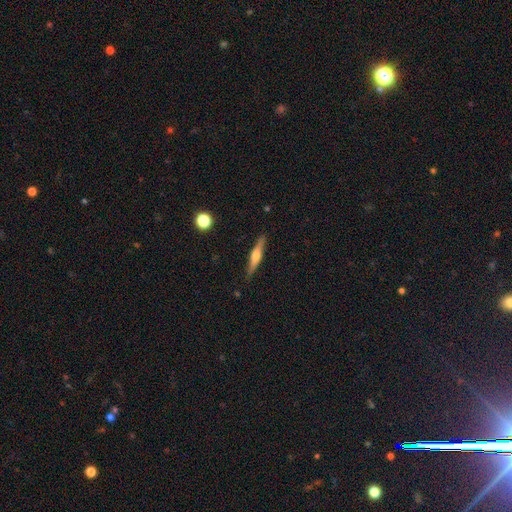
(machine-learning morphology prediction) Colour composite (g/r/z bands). It shows a featured or disk galaxy (61%) viewed edge-on (96%) with a rounded central bulge (90%). Merging: none (89%).